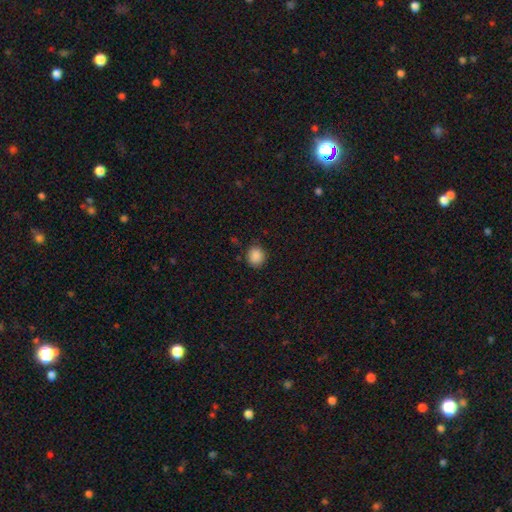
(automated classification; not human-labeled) Q: Smooth or featured?
A: smooth (88%); runner-up: star or artifact (10%)
Q: How rounded?
A: round (80%); runner-up: in between (19%)
Q: Merging?
A: none (85%); runner-up: minor disturbance (11%)